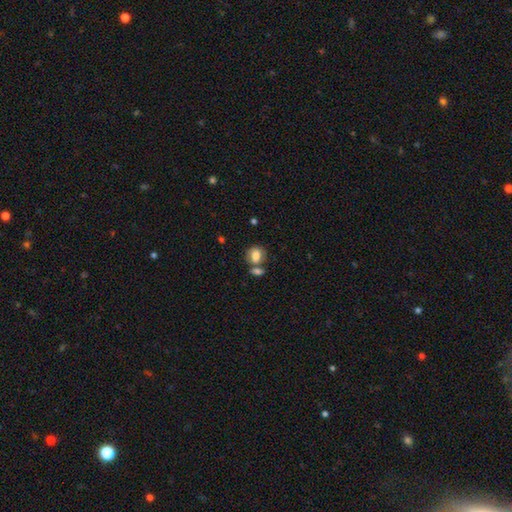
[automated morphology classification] Overall: smooth (77%). How rounded: in between (51%; round 47%). Merging: none (46%; merger 35%).